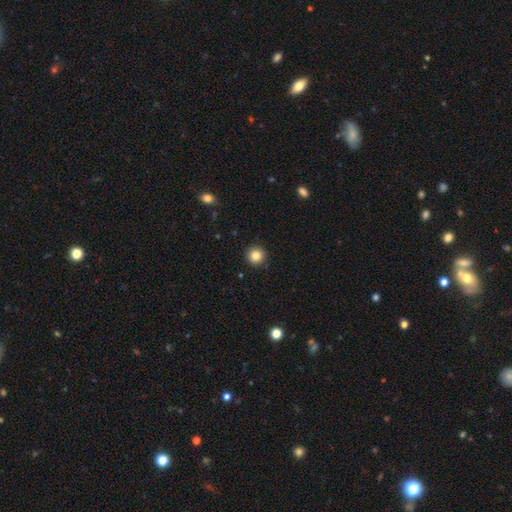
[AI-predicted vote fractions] smooth-or-featured: smooth: 85% | star or artifact: 11% | featured or disk: 4%
  how-rounded: round: 95% | in between: 4% | cigar-shaped: 1%
  merging: none: 92% | minor disturbance: 6% | major disturbance: 2% | merger: 1%